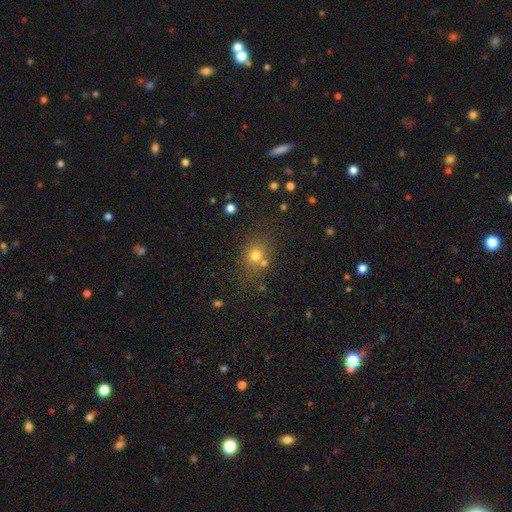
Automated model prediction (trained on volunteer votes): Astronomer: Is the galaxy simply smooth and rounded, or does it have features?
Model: smooth — 71%.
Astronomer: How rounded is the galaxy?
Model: round — 70%.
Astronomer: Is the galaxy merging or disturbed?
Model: none — 64%.